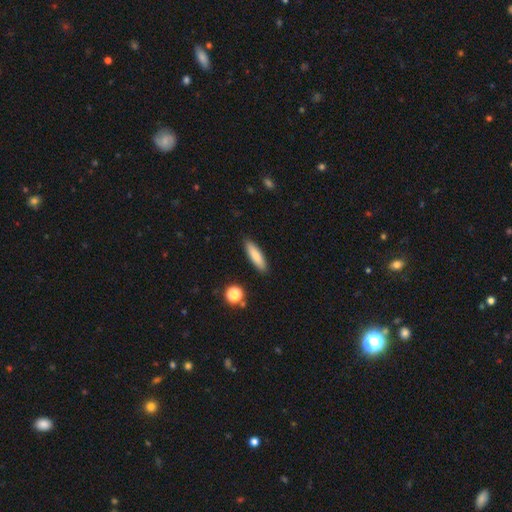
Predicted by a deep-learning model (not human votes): smooth_or_featured: smooth (p=0.80) [alt: featured or disk p=0.13]
how_rounded: cigar-shaped (p=0.67) [alt: in between p=0.32]
merging: none (p=0.89) [alt: minor disturbance p=0.07]